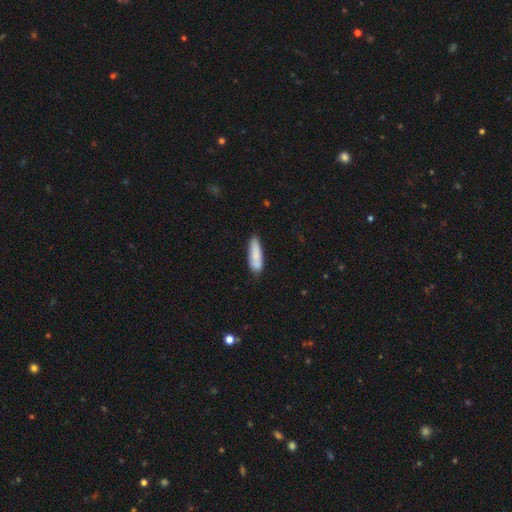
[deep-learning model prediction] Smooth or featured? smooth (83%)
How rounded? cigar-shaped (62%)
Merging? none (76%)